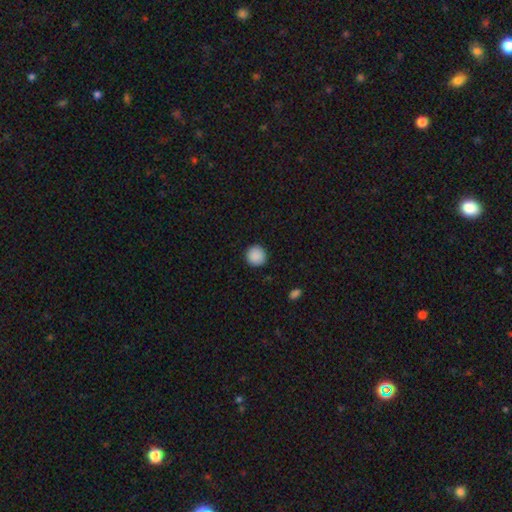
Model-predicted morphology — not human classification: Smooth or featured: smooth — 89% (star or artifact — 8%)
How rounded: round — 94% (in between — 5%)
Merging: none — 92% (minor disturbance — 6%)